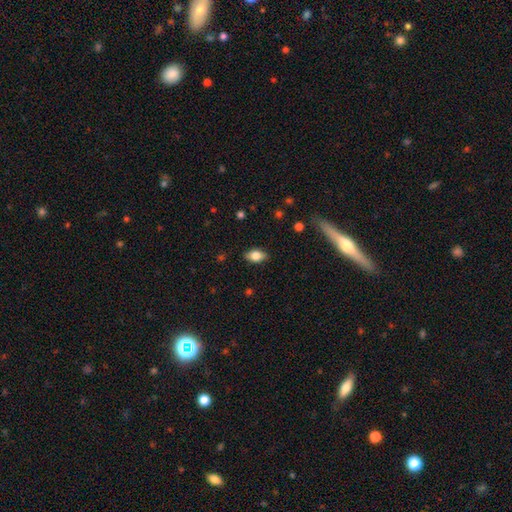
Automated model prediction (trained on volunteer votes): smooth 78%, featured or disk 14%, star or artifact 8%. Down the decision tree: how rounded — in between (88%); merging — none (86%).